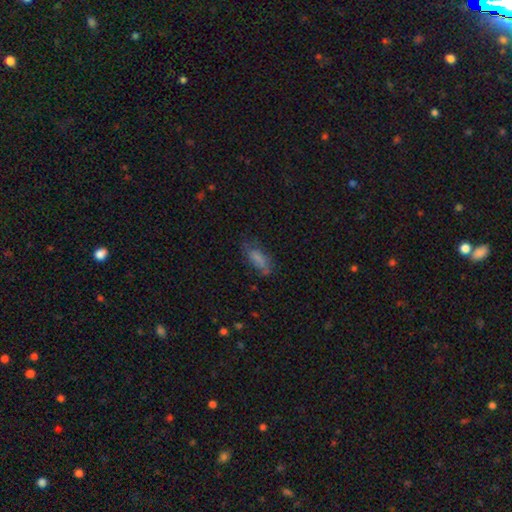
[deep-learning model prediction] This appears to be a smooth galaxy with no disk features (61%) that is in between round and cigar-shaped (69%). Merging: none (65%).